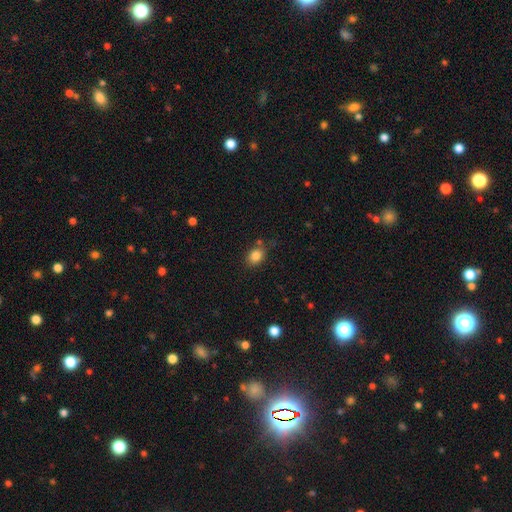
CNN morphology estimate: Overall: smooth (84%). How rounded: in between (55%; round 44%). Merging: none (72%).